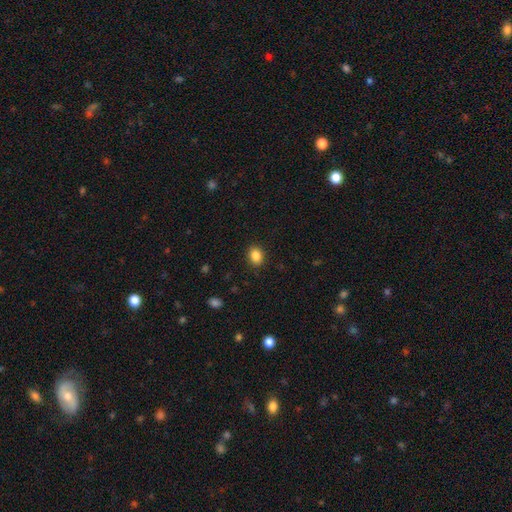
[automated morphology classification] smooth-or-featured: smooth: 86% | star or artifact: 10% | featured or disk: 4%
  how-rounded: in between: 53% | round: 46% | cigar-shaped: 1%
  merging: none: 89% | minor disturbance: 7% | major disturbance: 2% | merger: 1%